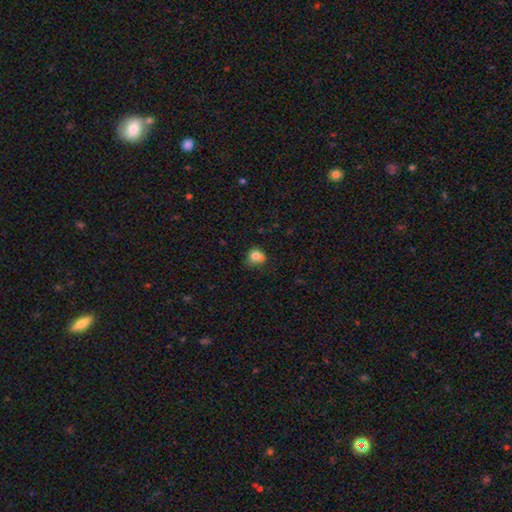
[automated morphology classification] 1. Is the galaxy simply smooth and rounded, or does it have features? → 80% smooth, 11% star or artifact, 9% featured or disk.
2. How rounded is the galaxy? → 71% round, 29% in between, 1% cigar-shaped.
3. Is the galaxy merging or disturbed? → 56% none, 32% minor disturbance, 8% major disturbance, 4% merger.